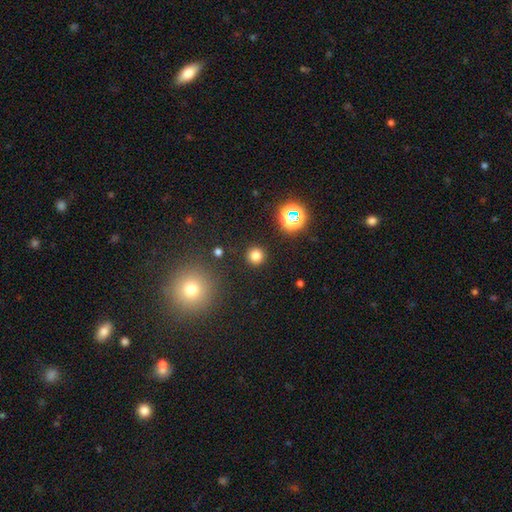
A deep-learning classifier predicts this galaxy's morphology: A smooth galaxy with no disk features (78%) that is round (94%). Merging: none (91%).